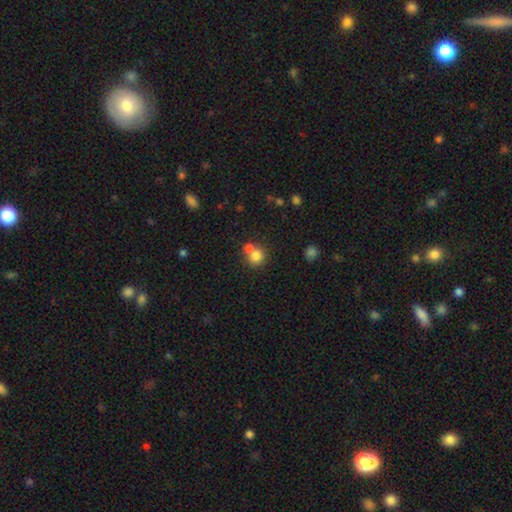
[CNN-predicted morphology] smooth 79%, star or artifact 12%, featured or disk 9%. Down the decision tree: how rounded — round (81%); merging — none (49%).